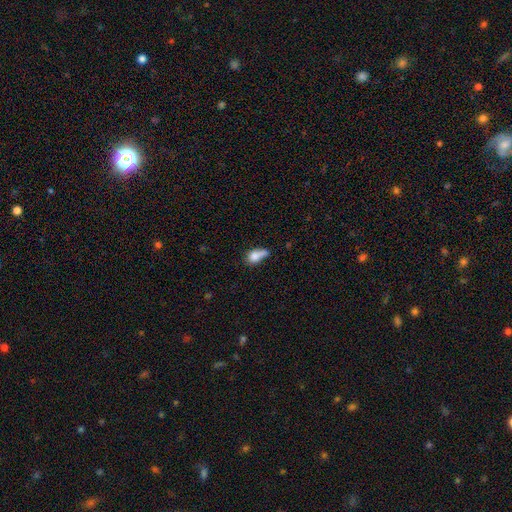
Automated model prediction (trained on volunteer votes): smooth 75%, featured or disk 15%, star or artifact 10%. Down the decision tree: how rounded — in between (66%); merging — merger (28%).